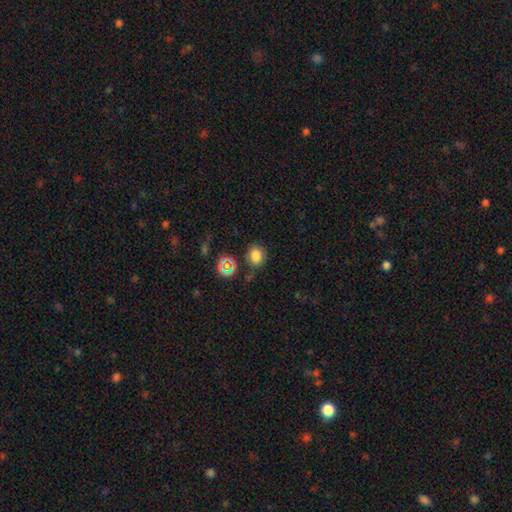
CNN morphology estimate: This is likely a smooth galaxy (76%). How rounded: likely round (67%). Merging: likely none (74%).